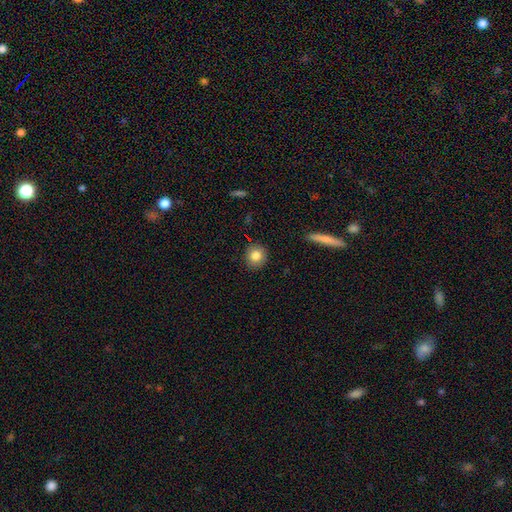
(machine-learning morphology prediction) This is clearly a smooth galaxy (83%). How rounded: clearly round (87%). Merging: clearly none (89%).